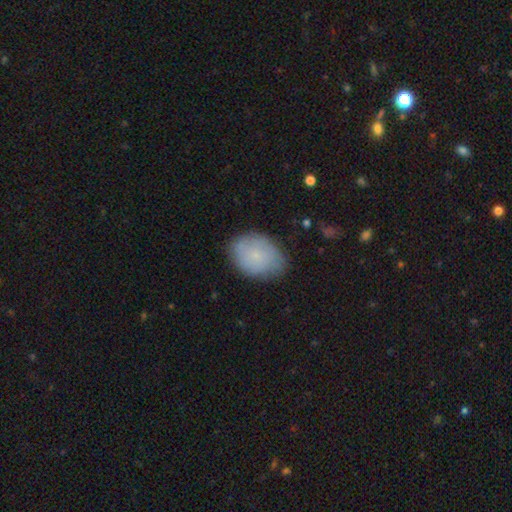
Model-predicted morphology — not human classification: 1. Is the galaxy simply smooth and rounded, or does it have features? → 68% smooth, 25% featured or disk, 7% star or artifact.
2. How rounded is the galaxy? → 74% in between, 25% round, 1% cigar-shaped.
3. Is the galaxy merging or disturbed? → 73% none, 21% minor disturbance, 5% major disturbance, 1% merger.